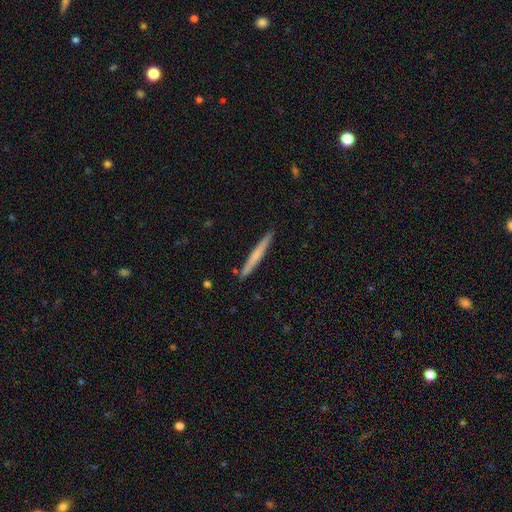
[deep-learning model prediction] Overall: smooth (54%; featured or disk 41%). How rounded: cigar-shaped (97%). Merging: none (90%).